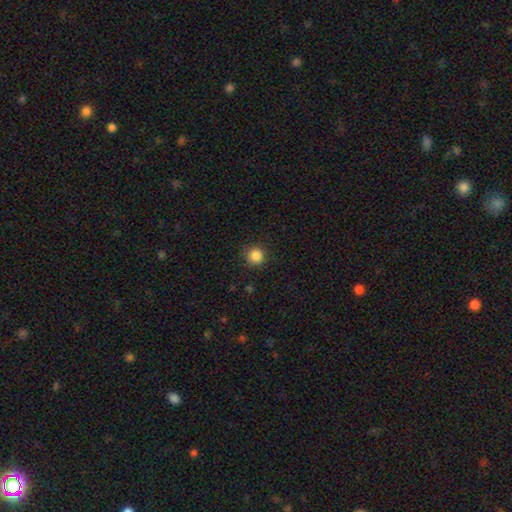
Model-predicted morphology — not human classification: type=smooth (85%); roundness=round (94%); merging=none (89%).